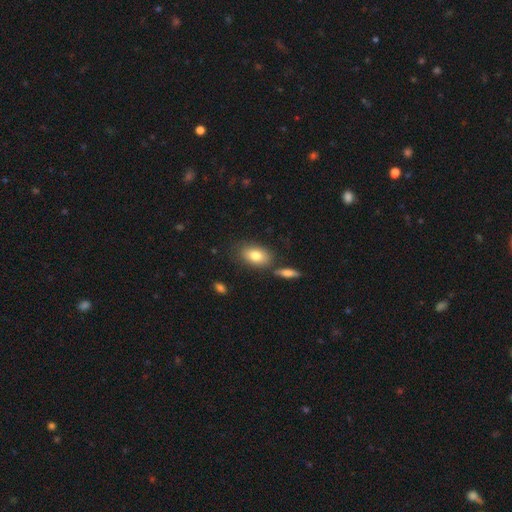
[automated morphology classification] Smooth or featured? smooth (79%)
How rounded? in between (88%)
Merging? none (73%)